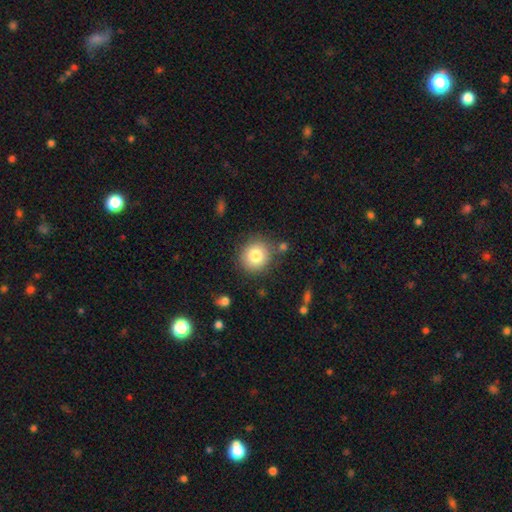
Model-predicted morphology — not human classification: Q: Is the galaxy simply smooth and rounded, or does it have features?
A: smooth — 82%.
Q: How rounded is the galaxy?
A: round — 89%.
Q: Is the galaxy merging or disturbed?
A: none — 81%.